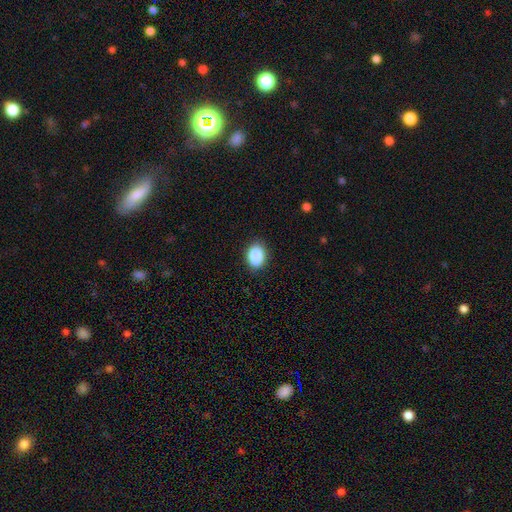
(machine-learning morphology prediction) smooth 89%, star or artifact 8%, featured or disk 3%. Down the decision tree: how rounded — in between (74%); merging — none (87%).